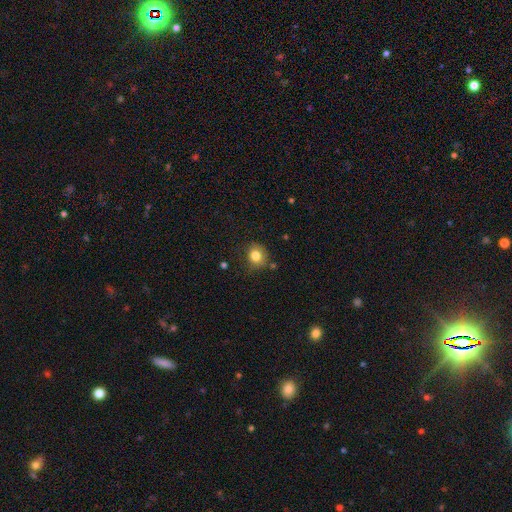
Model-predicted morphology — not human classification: The model was most divided on "how rounded": round: 74%, in between: 25%, cigar-shaped: 1%. More confident: smooth or featured — smooth (81%); merging — none (75%).